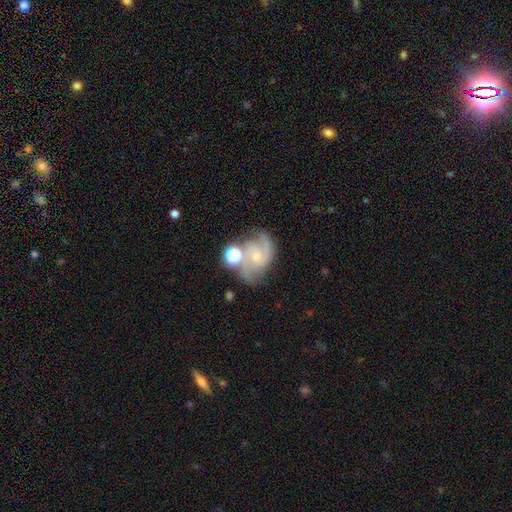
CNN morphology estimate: featured or disk 83%, smooth 9%, star or artifact 8%. Down the decision tree: edge-on disk — no (98%); bar — no (57%); spiral arms — yes (97%); spiral arm count — 2 (77%); spiral winding — medium (55%); bulge size — small (65%); merging — none (57%).